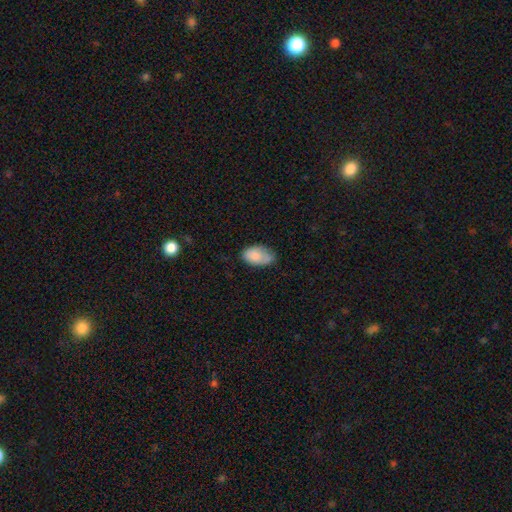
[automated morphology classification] type=smooth (82%); roundness=in between (92%); merging=none (55%).